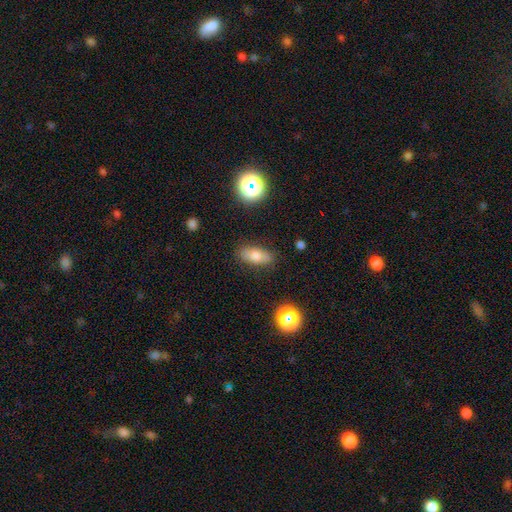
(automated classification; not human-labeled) A smooth galaxy with no disk features (74%) that is in between round and cigar-shaped (83%). Merging: none (84%).